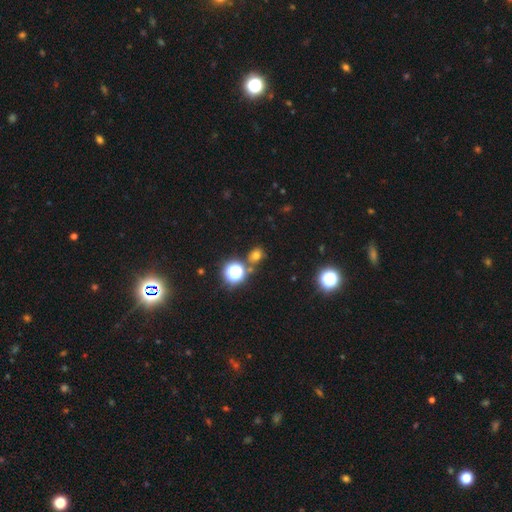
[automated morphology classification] Q: Smooth or featured?
A: smooth (65%); runner-up: star or artifact (28%)
Q: How rounded?
A: round (72%); runner-up: in between (27%)
Q: Merging?
A: none (78%); runner-up: minor disturbance (10%)